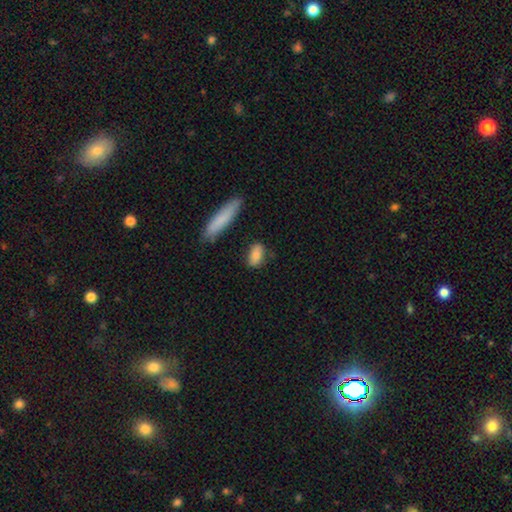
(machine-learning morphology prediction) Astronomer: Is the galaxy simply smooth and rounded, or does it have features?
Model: smooth — 83%.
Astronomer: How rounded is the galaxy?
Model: in between — 82%.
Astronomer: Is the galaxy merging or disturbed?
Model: none — 78%.